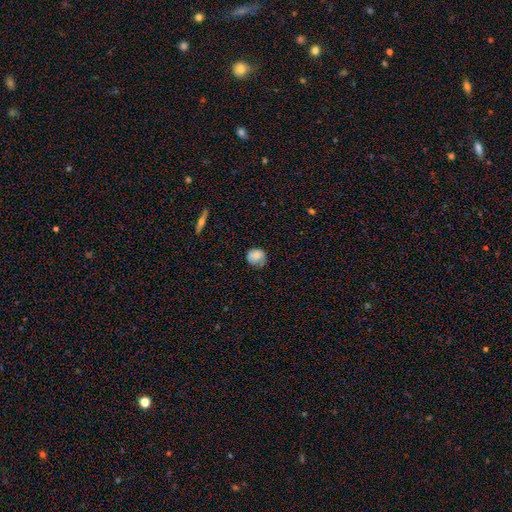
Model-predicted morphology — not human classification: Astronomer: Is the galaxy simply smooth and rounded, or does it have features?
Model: smooth — 82%.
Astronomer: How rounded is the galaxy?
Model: round — 80%.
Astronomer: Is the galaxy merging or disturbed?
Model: none — 63%.